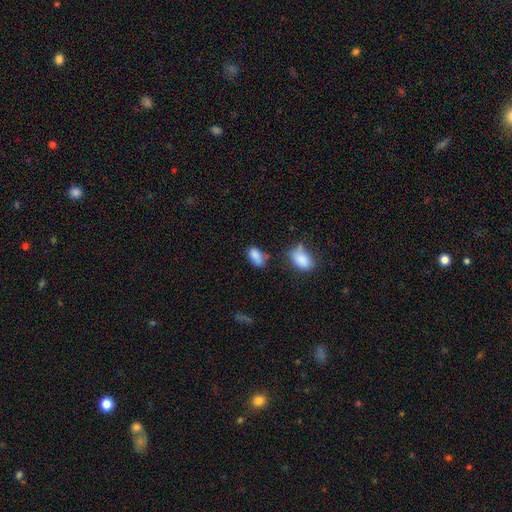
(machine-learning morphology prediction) A smooth galaxy with no disk features (83%) that is in between round and cigar-shaped (90%). Merging: none (49%).